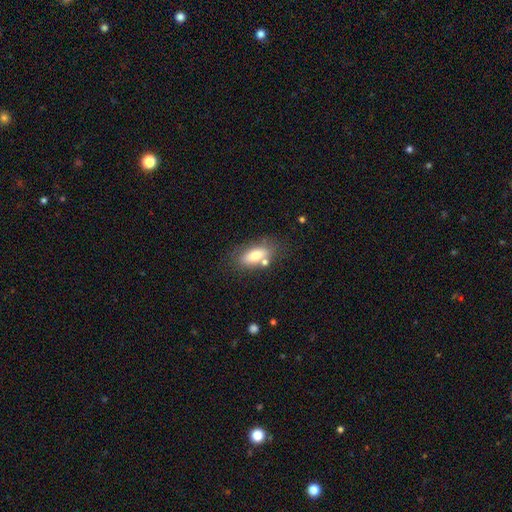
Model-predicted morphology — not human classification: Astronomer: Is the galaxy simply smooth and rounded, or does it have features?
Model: smooth — 74%.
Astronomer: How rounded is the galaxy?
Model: in between — 83%.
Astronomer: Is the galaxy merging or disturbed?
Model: none — 68%.